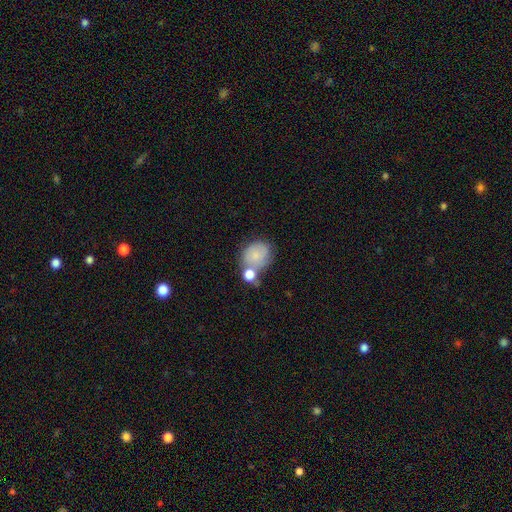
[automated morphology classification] Smooth or featured: smooth — 75% (featured or disk — 16%)
How rounded: round — 63% (in between — 36%)
Merging: none — 42% (merger — 31%)